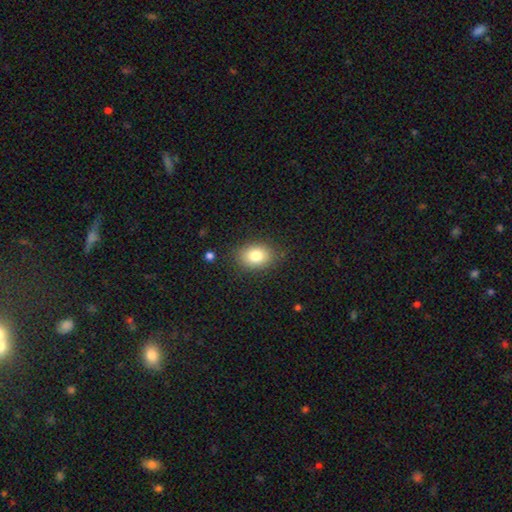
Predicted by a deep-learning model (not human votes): The model was most divided on "how rounded": in between: 71%, round: 28%, cigar-shaped: 1%. More confident: merging — none (84%); smooth or featured — smooth (81%).